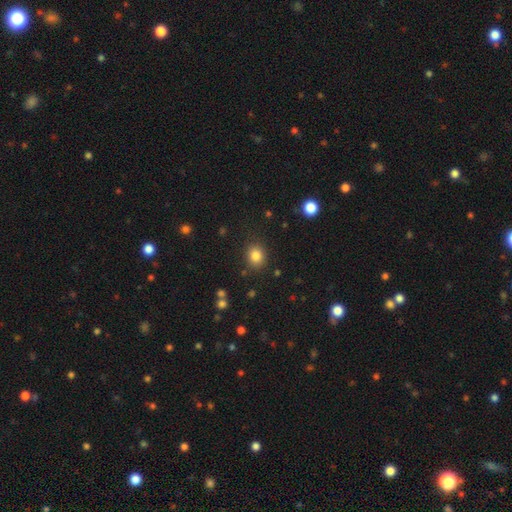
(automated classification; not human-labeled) Smooth or featured?
  - smooth: 83% *
  - star or artifact: 12%
  - featured or disk: 6%
How rounded?
  - round: 67% *
  - in between: 32%
  - cigar-shaped: 1%
Merging?
  - none: 86% *
  - minor disturbance: 9%
  - major disturbance: 3%
  - merger: 2%